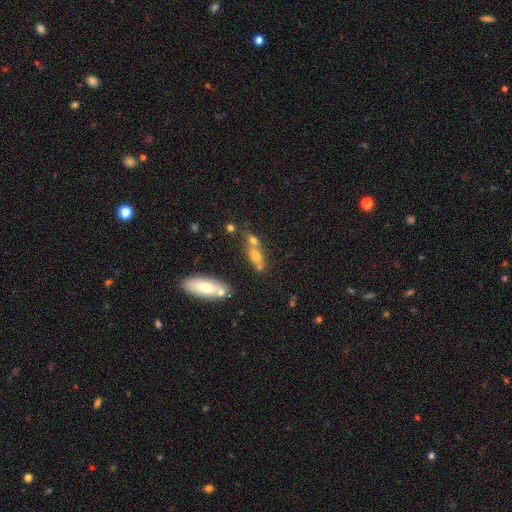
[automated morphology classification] Smooth or featured? smooth (61%)
How rounded? in between (57%)
Merging? merger (45%)